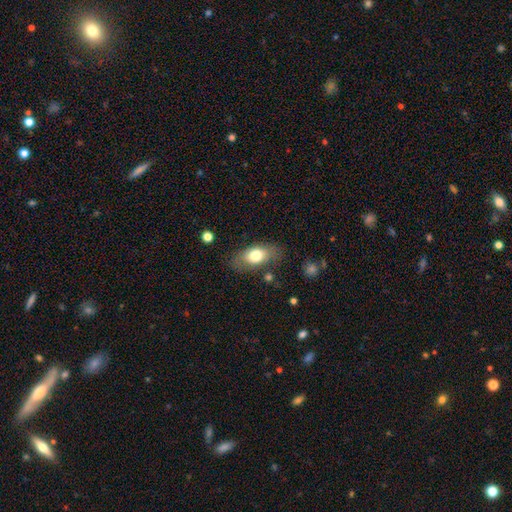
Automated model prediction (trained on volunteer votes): A smooth galaxy with no disk features (72%) that is in between round and cigar-shaped (87%).

Vote fractions:
- Smooth or featured? smooth: 72% / featured or disk: 21% / star or artifact: 7%
- How rounded? in between: 87% / round: 7% / cigar-shaped: 6%
- Merging? none: 76% / minor disturbance: 16% / major disturbance: 5% / merger: 2%